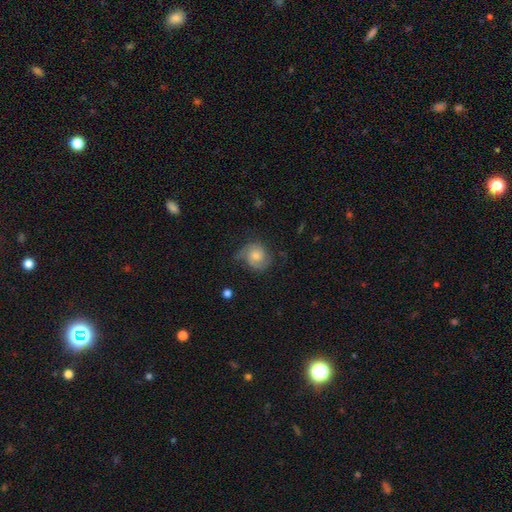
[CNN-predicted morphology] type=featured or disk (51%); edge-on=no (97%); merging=none (56%).